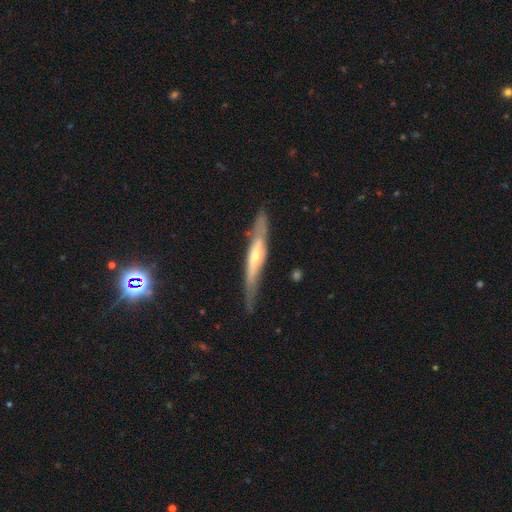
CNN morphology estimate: This appears to be a featured or disk galaxy (66%) viewed edge-on (83%) with a rounded central bulge (66%). Merging: none (73%).